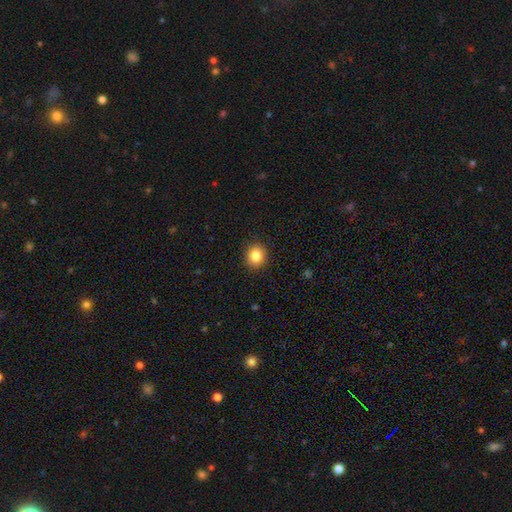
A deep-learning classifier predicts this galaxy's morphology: Smooth or featured? smooth (84%)
How rounded? round (82%)
Merging? none (90%)